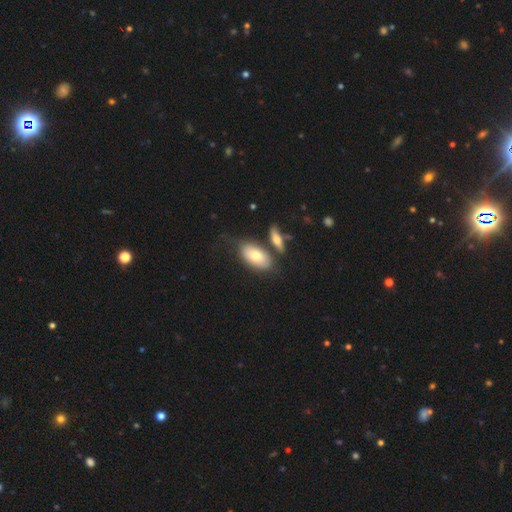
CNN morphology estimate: Smooth or featured: smooth — 71% (featured or disk — 23%)
How rounded: in between — 91% (round — 5%)
Merging: none — 57% (merger — 20%)